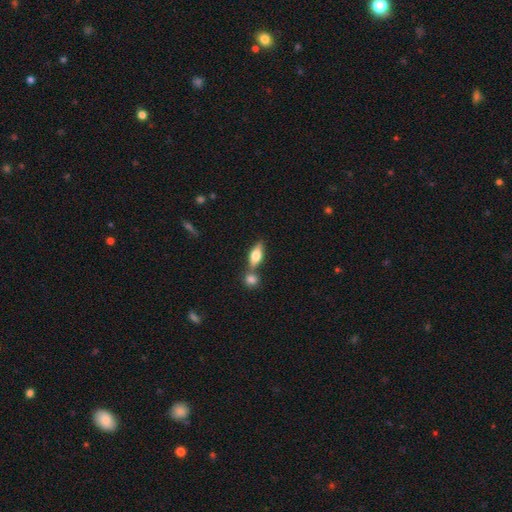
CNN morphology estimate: type=smooth (60%); roundness=in between (70%); merging=none (55%).